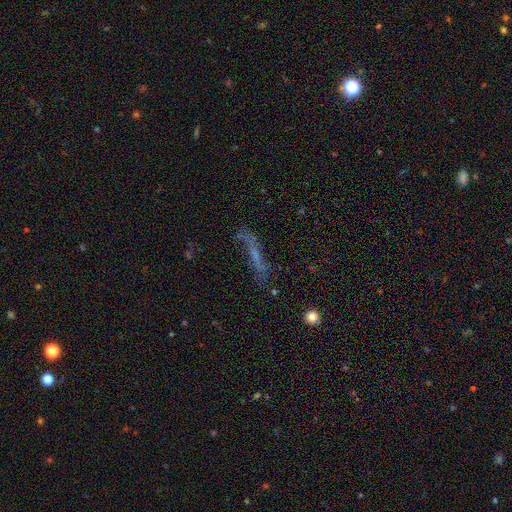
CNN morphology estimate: Smooth or featured: featured or disk — 45% (smooth — 38%)
Merging: none — 55% (minor disturbance — 22%)